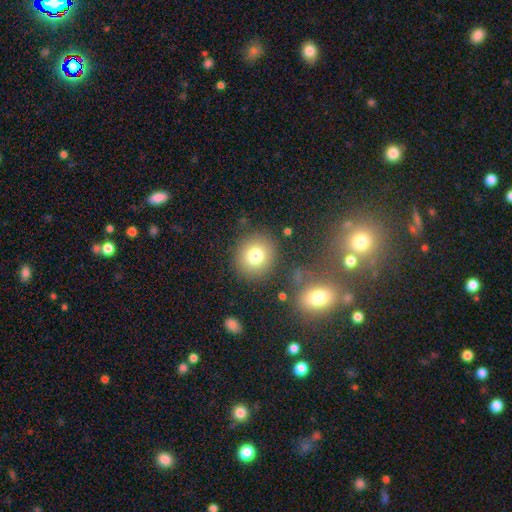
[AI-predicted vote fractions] A smooth galaxy with no disk features (77%) that is round (86%). Merging: none (84%).